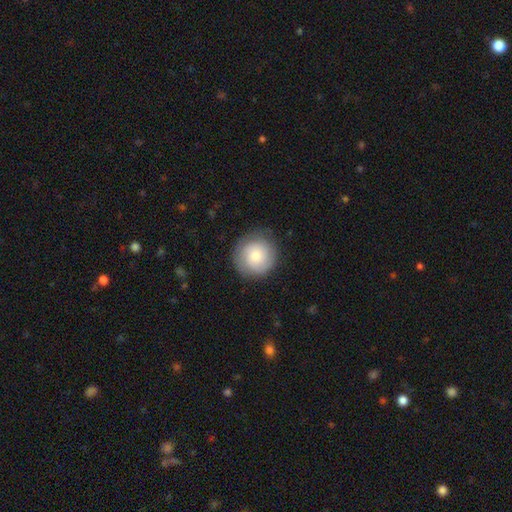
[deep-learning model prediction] smooth_or_featured: smooth (p=0.67) [alt: featured or disk p=0.26]
how_rounded: round (p=0.94) [alt: in between p=0.05]
merging: none (p=0.83) [alt: minor disturbance p=0.12]